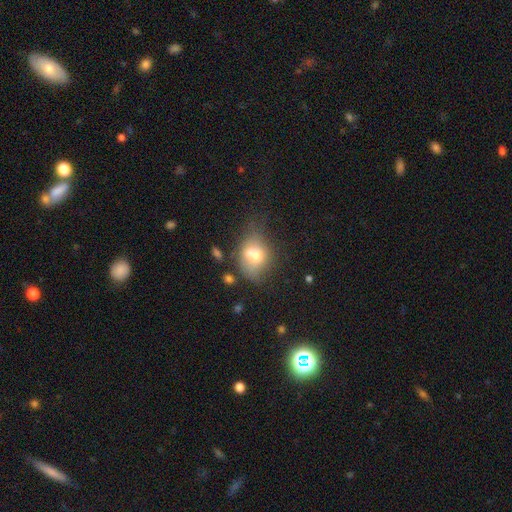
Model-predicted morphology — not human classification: Smooth or featured?
  - smooth: 61% *
  - featured or disk: 27%
  - star or artifact: 12%
How rounded?
  - in between: 56% *
  - round: 42%
  - cigar-shaped: 2%
Merging?
  - merger: 37% *
  - none: 32%
  - minor disturbance: 19%
  - major disturbance: 12%